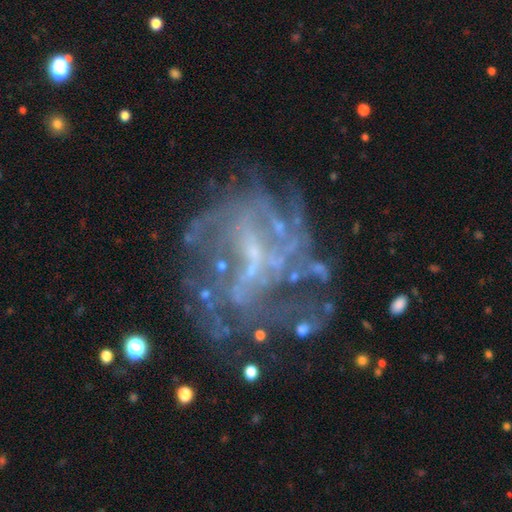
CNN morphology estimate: Smooth or featured: featured or disk — 78% (star or artifact — 13%)
Edge-on disk: no — 98% (yes — 2%)
Bar: no — 42% (weak — 41%)
Spiral arms: yes — 65% (no — 35%)
Bulge size: none — 45% (small — 43%)
Merging: none — 50% (major disturbance — 28%)